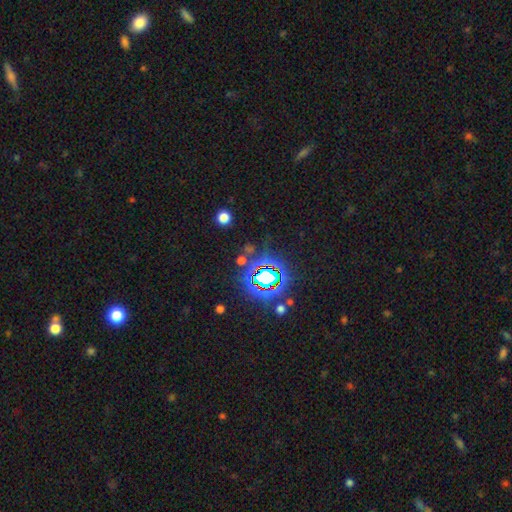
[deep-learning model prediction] The model was most divided on "smooth or featured": star or artifact: 82%, smooth: 11%, featured or disk: 7%.